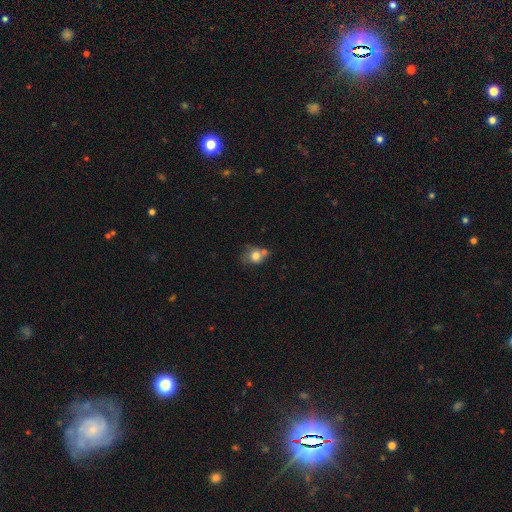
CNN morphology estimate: A smooth galaxy with no disk features (77%) that is round (72%).

Vote fractions:
- Smooth or featured? smooth: 77% / featured or disk: 14% / star or artifact: 10%
- How rounded? round: 72% / in between: 27% / cigar-shaped: 1%
- Merging? none: 40% / merger: 31% / minor disturbance: 20% / major disturbance: 9%